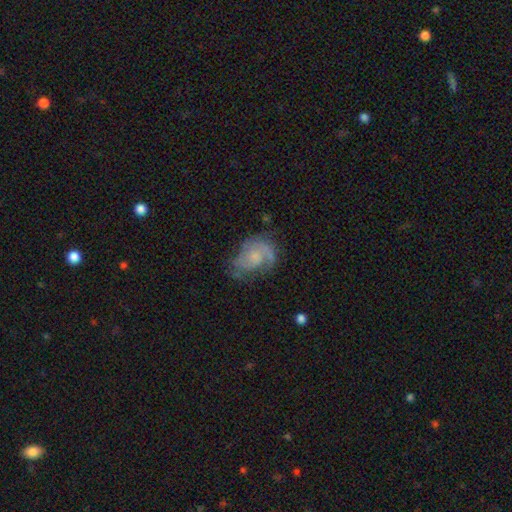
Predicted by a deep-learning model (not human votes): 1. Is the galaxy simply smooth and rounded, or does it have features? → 72% featured or disk, 21% smooth, 8% star or artifact.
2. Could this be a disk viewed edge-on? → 98% no, 2% yes.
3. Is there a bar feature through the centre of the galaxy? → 71% no, 26% weak, 3% strong.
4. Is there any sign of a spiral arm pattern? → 90% yes, 10% no.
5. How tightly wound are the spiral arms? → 44% medium, 35% tight, 22% loose.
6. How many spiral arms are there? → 55% 2, 20% 1, 16% can't tell, 6% 3, 2% 4, 2% more than 4.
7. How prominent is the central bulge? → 48% small, 25% moderate, 23% none, 4% large, 1% dominant.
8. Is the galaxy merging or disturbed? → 55% none, 24% minor disturbance, 18% major disturbance, 2% merger.